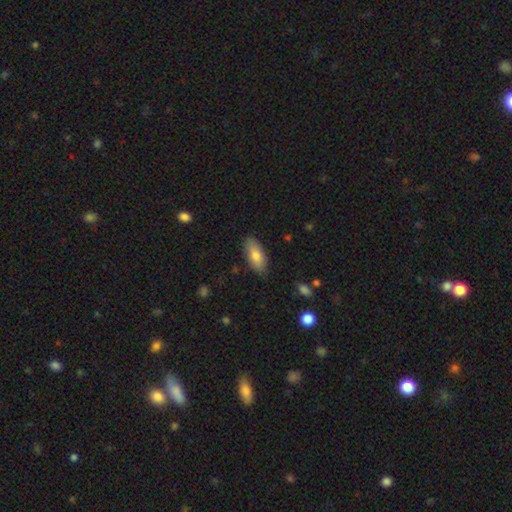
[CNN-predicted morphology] Overall: smooth (78%). How rounded: in between (85%). Merging: none (83%).